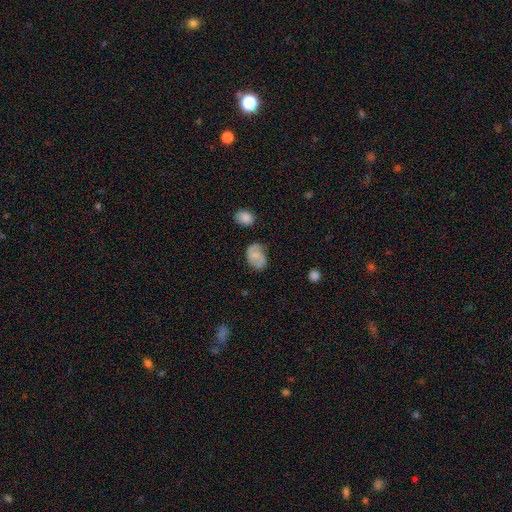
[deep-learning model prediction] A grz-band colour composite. It shows a smooth galaxy with no disk features (46%). Merging: none (70%).